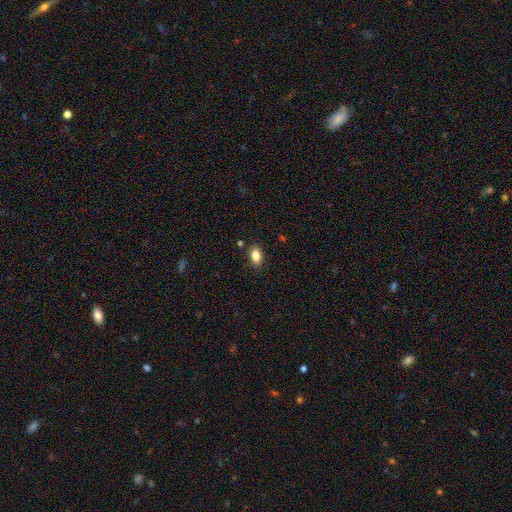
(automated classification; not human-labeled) Overall: smooth (85%). How rounded: in between (89%). Merging: none (87%).